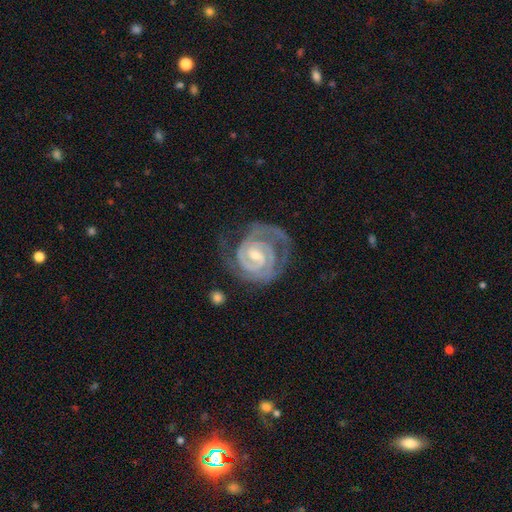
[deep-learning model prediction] smooth-or-featured: featured or disk: 92% | star or artifact: 4% | smooth: 4%
  disk-edge-on: no: 98% | yes: 2%
    bar: weak: 50% | no: 31% | strong: 19%
    has-spiral-arms: yes: 98% | no: 2%
      spiral-winding: tight: 77% | medium: 20% | loose: 3%
      spiral-arm-count: 2: 66% | 3: 16% | can't tell: 9% | 1: 3% | 4: 3% | more than 4: 3%
    bulge-size: small: 60% | moderate: 35% | none: 2% | large: 1% | dominant: 1%
  merging: none: 66% | minor disturbance: 20% | major disturbance: 12% | merger: 2%